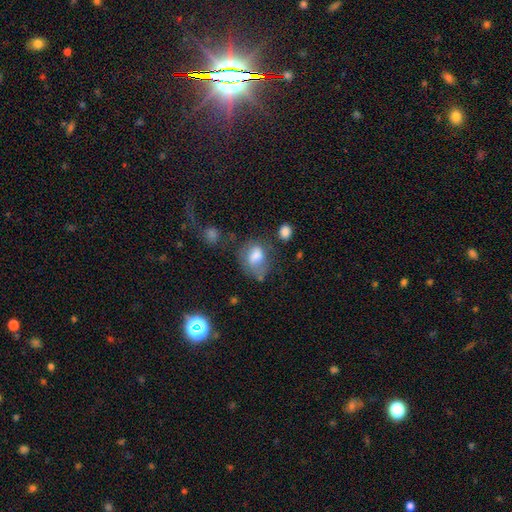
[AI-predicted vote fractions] Morphology: type=smooth (69%); roundness=in between (65%); merging=none (39%).